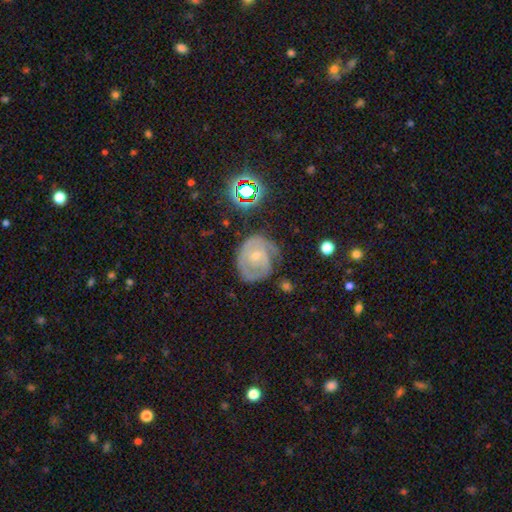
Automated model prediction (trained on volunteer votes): The model was most divided on "spiral arm count": 2: 38%, can't tell: 31%, 1: 18%, 3: 8%, 4: 2%, more than 4: 2%. More confident: edge-on disk — no (97%); spiral arms — yes (85%); smooth or featured — featured or disk (72%); bulge size — small (63%); spiral winding — tight (58%); bar — no (58%); merging — none (51%).